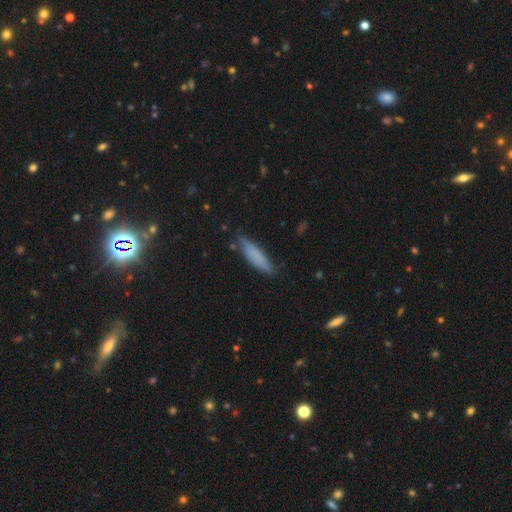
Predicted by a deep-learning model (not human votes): A smooth galaxy with no disk features (79%) that is cigar-shaped (72%).

Vote fractions:
- Smooth or featured? smooth: 79% / featured or disk: 14% / star or artifact: 7%
- How rounded? cigar-shaped: 72% / in between: 27% / round: 1%
- Merging? none: 76% / minor disturbance: 19% / major disturbance: 3% / merger: 2%